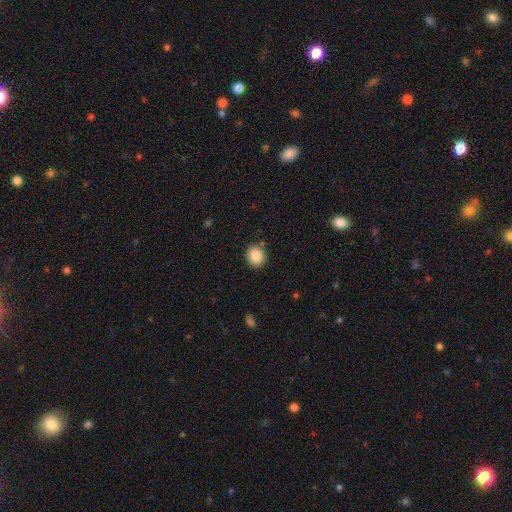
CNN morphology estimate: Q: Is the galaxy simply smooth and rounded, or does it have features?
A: smooth — 87%.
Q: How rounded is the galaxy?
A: round — 75%.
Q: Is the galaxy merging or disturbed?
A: none — 87%.